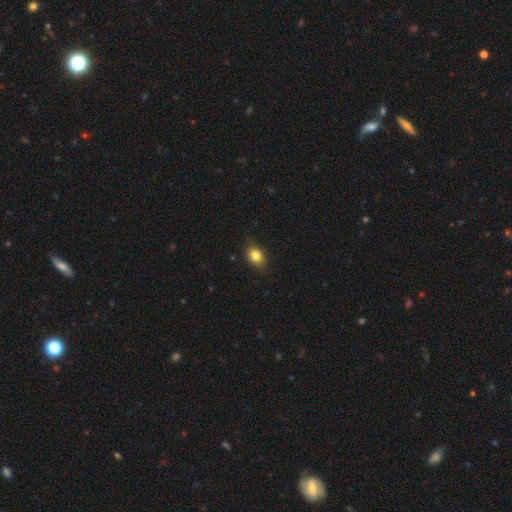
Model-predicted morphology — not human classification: The model was most divided on "how rounded": in between: 69%, round: 29%, cigar-shaped: 2%. More confident: smooth or featured — smooth (82%); merging — none (78%).